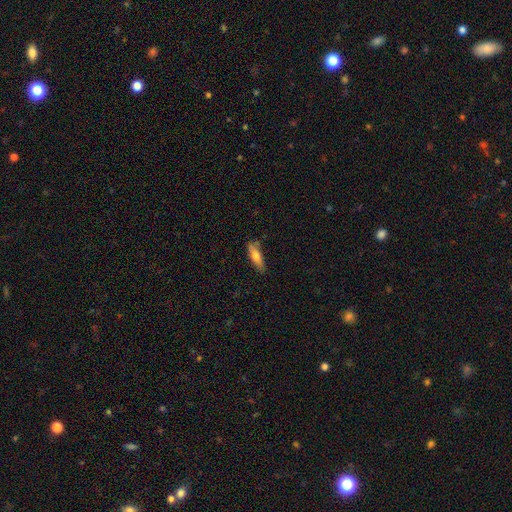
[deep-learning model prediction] Smooth or featured? smooth (70%)
How rounded? cigar-shaped (56%)
Merging? none (73%)